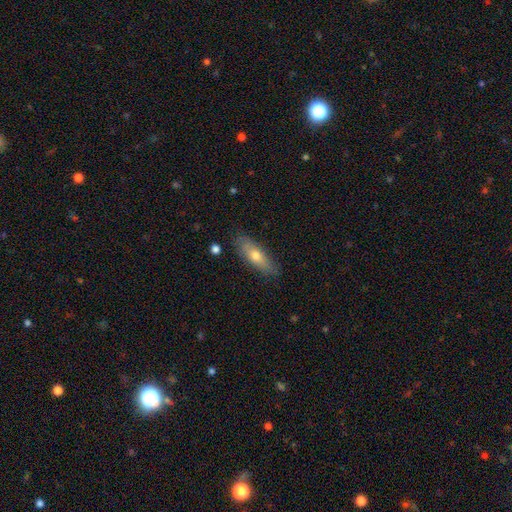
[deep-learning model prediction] smooth_or_featured: smooth (p=0.63) [alt: featured or disk p=0.31]
how_rounded: in between (p=0.55) [alt: cigar-shaped p=0.42]
merging: none (p=0.83) [alt: minor disturbance p=0.13]